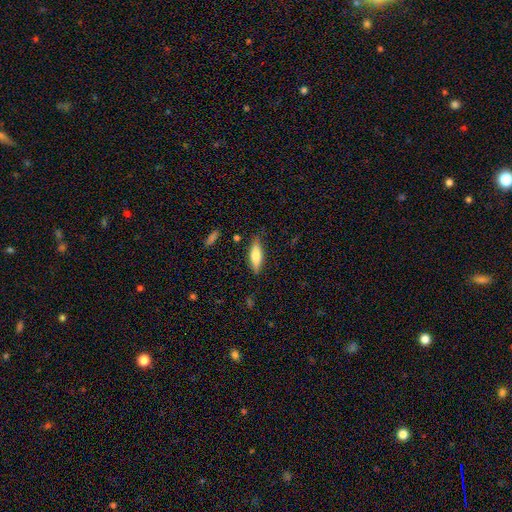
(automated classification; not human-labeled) smooth-or-featured: smooth: 72% | featured or disk: 22% | star or artifact: 6%
  how-rounded: cigar-shaped: 51% | in between: 47% | round: 2%
  merging: none: 78% | minor disturbance: 16% | major disturbance: 3% | merger: 2%